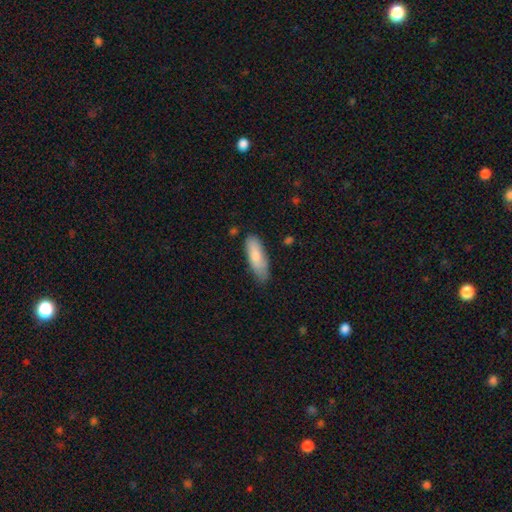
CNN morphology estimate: Smooth or featured: smooth — 81% (featured or disk — 13%)
How rounded: in between — 59% (cigar-shaped — 39%)
Merging: none — 73% (minor disturbance — 22%)